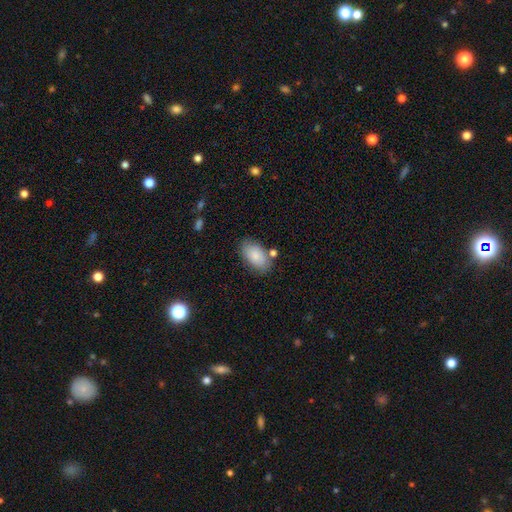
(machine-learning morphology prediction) Q: Smooth or featured?
A: smooth (84%); runner-up: featured or disk (9%)
Q: How rounded?
A: in between (93%); runner-up: round (5%)
Q: Merging?
A: none (73%); runner-up: minor disturbance (16%)